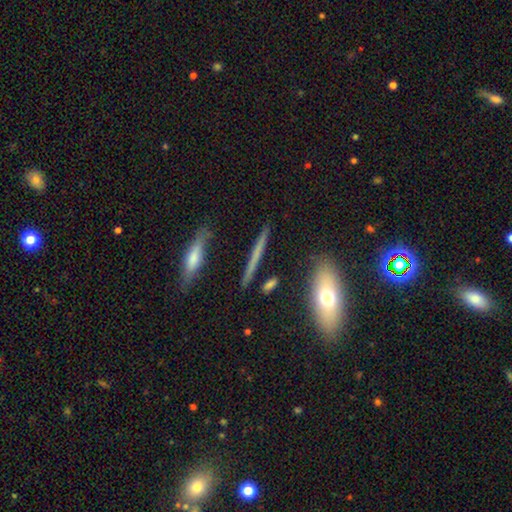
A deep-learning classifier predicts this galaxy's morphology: smooth_or_featured: featured or disk (p=0.43) [tied with: smooth p=0.43]
merging: none (p=0.85) [alt: minor disturbance p=0.09]